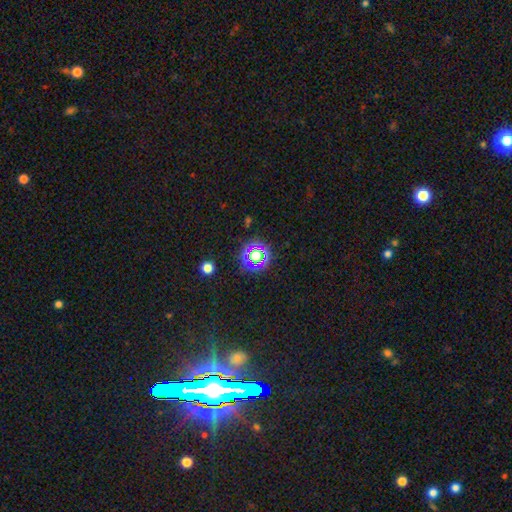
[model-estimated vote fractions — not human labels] This appears to be a star or artifact, not a galaxy (61%).